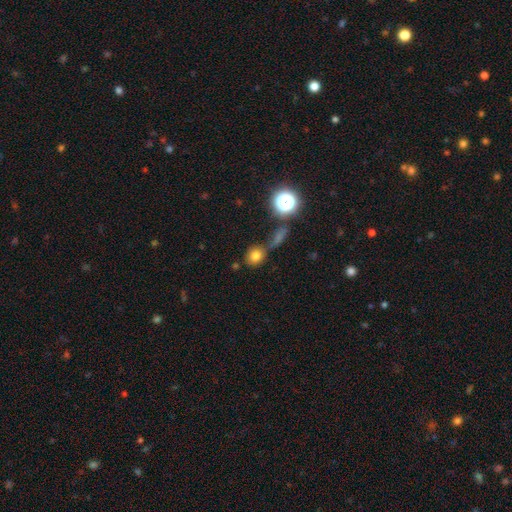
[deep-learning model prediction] Smooth or featured? Predicted: smooth (p=0.74). How rounded? Predicted: round (p=0.71). Merging? Predicted: none (p=0.62).